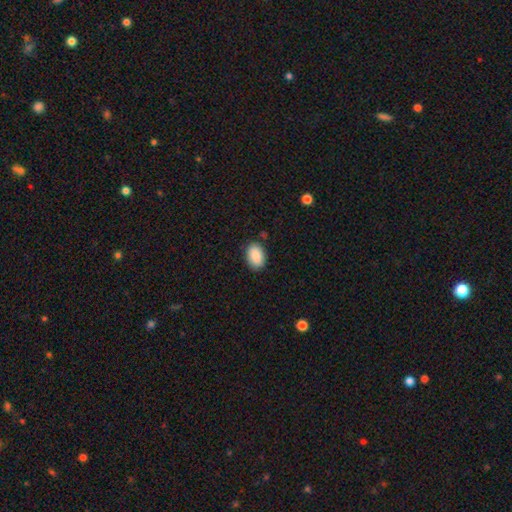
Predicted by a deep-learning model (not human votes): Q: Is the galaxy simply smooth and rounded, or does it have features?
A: smooth — 90%.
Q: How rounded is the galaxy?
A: in between — 89%.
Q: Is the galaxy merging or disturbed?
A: none — 85%.